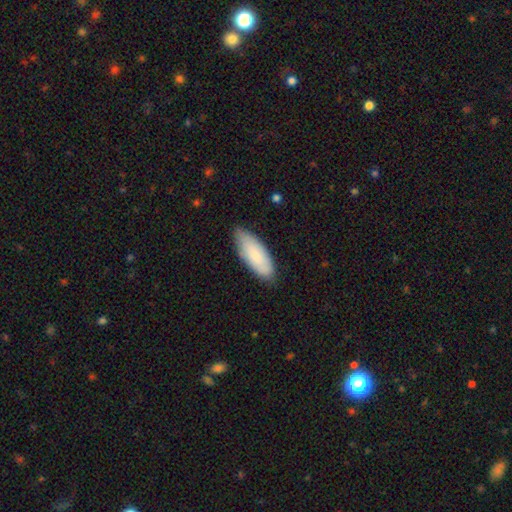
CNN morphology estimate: smooth 80%, featured or disk 15%, star or artifact 6%. Down the decision tree: how rounded — in between (74%); merging — none (79%).